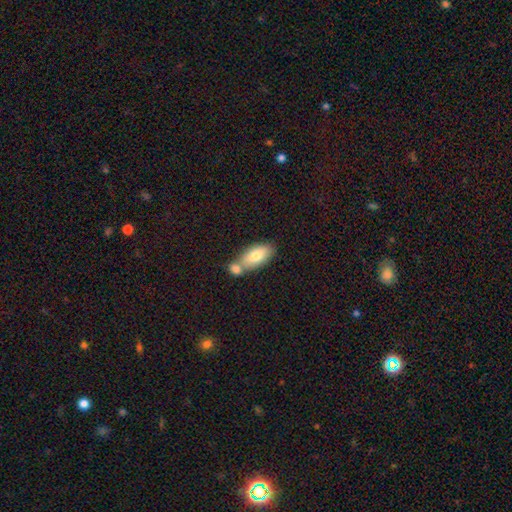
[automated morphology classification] This is likely a smooth galaxy (75%). How rounded: clearly in between (90%). Merging: marginally merger (44%).